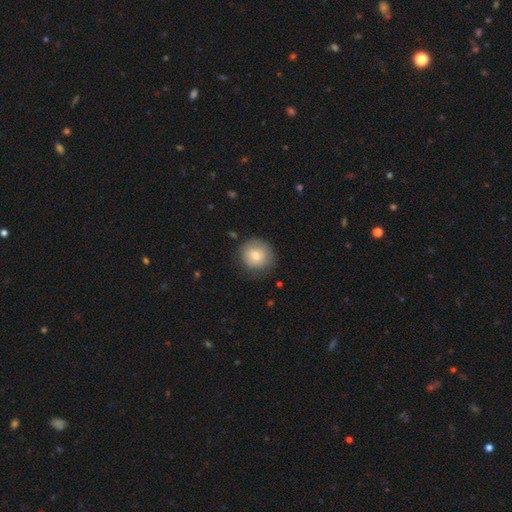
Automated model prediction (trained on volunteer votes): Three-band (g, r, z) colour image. It shows a smooth galaxy with no disk features (79%) that is round (91%). Merging: none (79%).